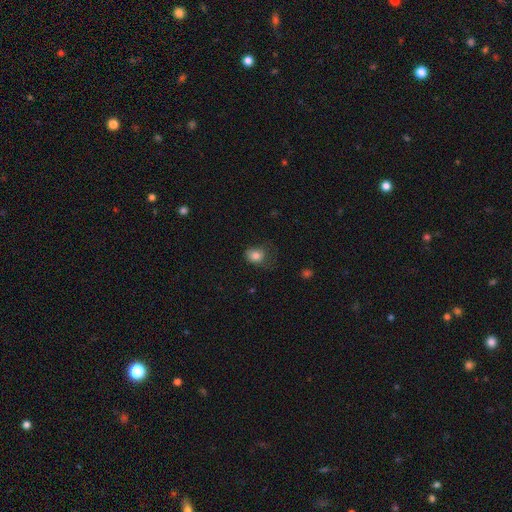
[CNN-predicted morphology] Smooth or featured? smooth (81%)
How rounded? in between (50%)
Merging? none (48%)